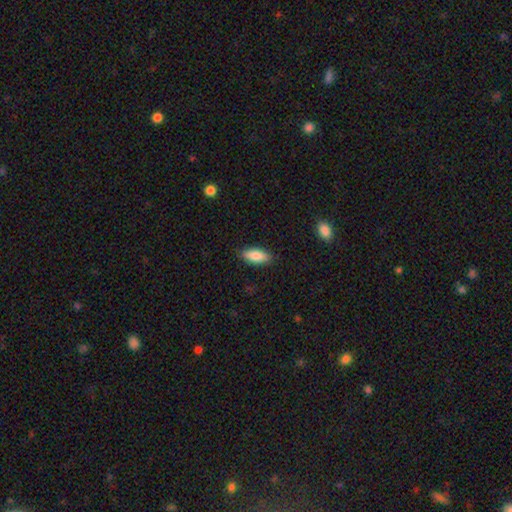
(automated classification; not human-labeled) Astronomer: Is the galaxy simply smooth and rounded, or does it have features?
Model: smooth — 84%.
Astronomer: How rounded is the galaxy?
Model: in between — 78%.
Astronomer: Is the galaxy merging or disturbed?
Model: none — 87%.